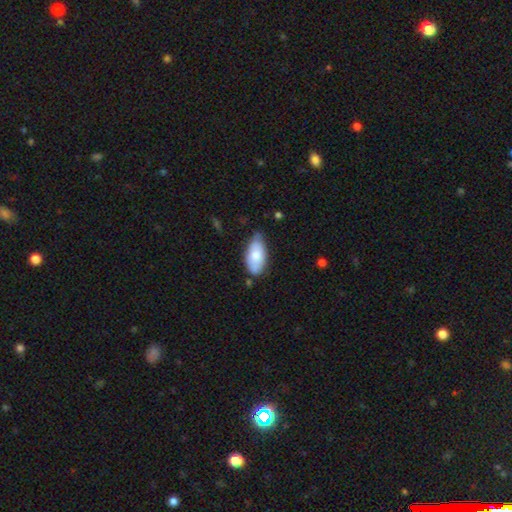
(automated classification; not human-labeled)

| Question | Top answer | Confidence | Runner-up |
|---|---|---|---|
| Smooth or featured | smooth | 76% | featured or disk (18%) |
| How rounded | in between | 93% | cigar-shaped (5%) |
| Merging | none | 62% | minor disturbance (31%) |